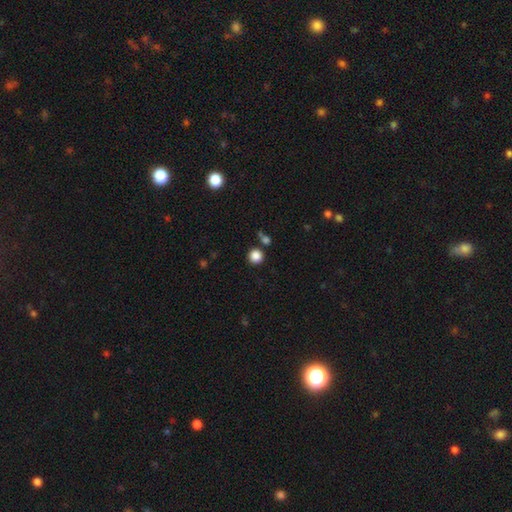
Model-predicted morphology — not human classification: smooth_or_featured: smooth (p=0.86) [alt: star or artifact p=0.11]
how_rounded: round (p=0.94) [alt: in between p=0.05]
merging: none (p=0.82) [alt: merger p=0.08]